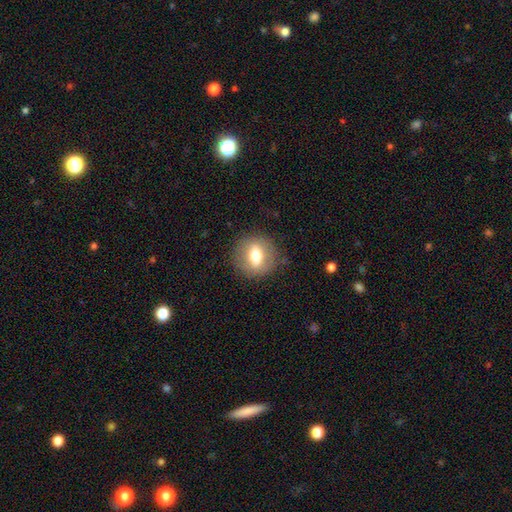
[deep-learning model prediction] smooth-or-featured: smooth: 61% | featured or disk: 30% | star or artifact: 9%
  how-rounded: round: 72% | in between: 26% | cigar-shaped: 2%
  merging: none: 84% | minor disturbance: 10% | major disturbance: 4% | merger: 1%